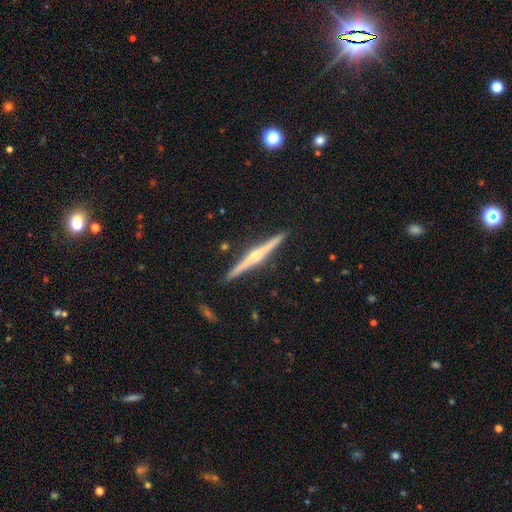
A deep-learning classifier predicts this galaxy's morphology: The model was most divided on "smooth or featured": featured or disk: 82%, smooth: 12%, star or artifact: 5%. More confident: edge-on disk — yes (99%); merging — none (92%); edge-on bulge — rounded (90%).